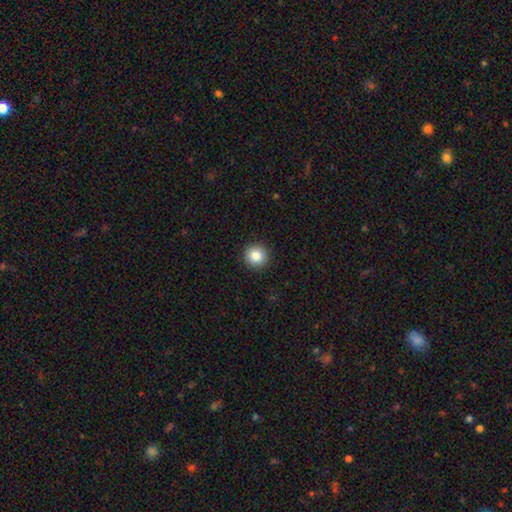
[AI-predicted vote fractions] A smooth galaxy with no disk features (84%) that is round (95%).

Vote fractions:
- Smooth or featured? smooth: 84% / star or artifact: 10% / featured or disk: 6%
- How rounded? round: 95% / in between: 4% / cigar-shaped: 1%
- Merging? none: 93% / minor disturbance: 5% / major disturbance: 1% / merger: 1%